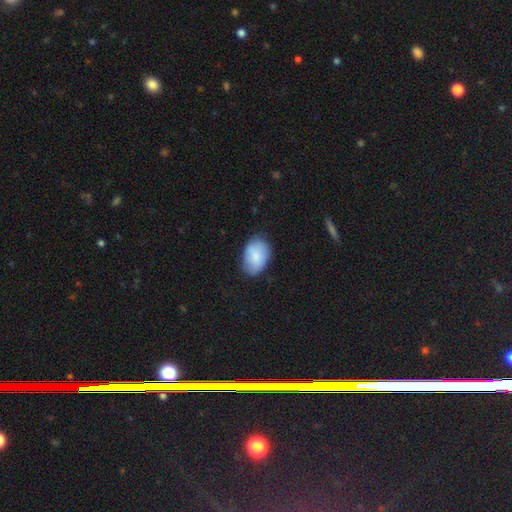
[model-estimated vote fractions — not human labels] Overall: smooth (82%). How rounded: in between (86%). Merging: none (72%).